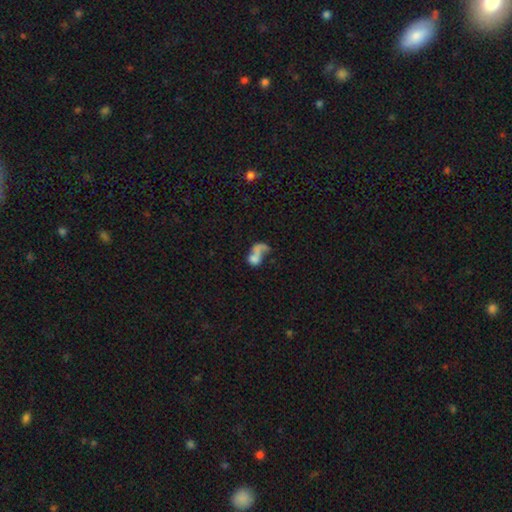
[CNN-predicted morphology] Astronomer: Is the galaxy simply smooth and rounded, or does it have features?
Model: smooth — 53% (runner-up: featured or disk, 33%).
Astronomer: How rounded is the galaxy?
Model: in between — 69%.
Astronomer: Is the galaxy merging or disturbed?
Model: merger — 45% (runner-up: major disturbance, 29%).